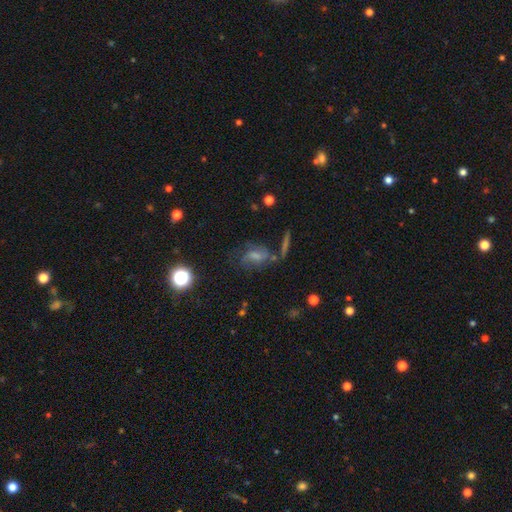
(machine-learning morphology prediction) Q: Smooth or featured?
A: featured or disk (51%); runner-up: smooth (25%)
Q: Edge-on disk?
A: no (91%); runner-up: yes (9%)
Q: Merging?
A: none (54%); runner-up: minor disturbance (18%)